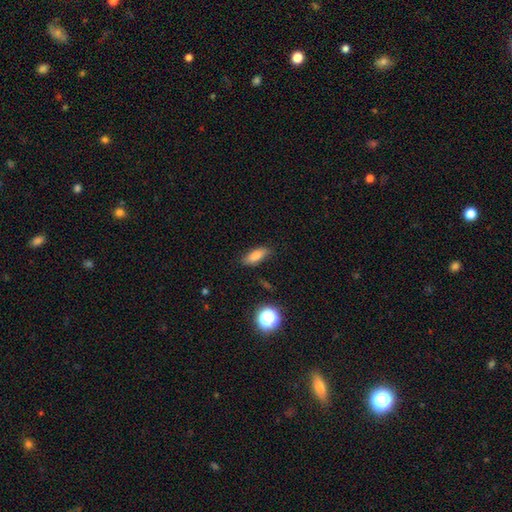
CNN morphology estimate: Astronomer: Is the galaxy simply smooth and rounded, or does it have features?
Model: smooth — 78%.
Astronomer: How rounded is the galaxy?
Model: in between — 76%.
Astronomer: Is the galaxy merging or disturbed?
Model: none — 82%.